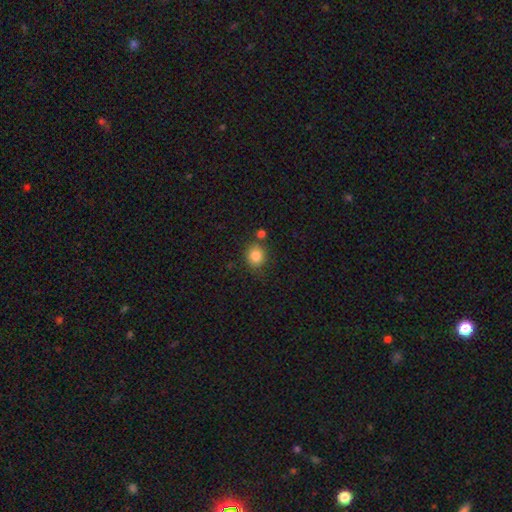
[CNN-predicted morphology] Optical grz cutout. It shows a smooth galaxy with no disk features (84%) that is round (75%). Merging: none (77%).